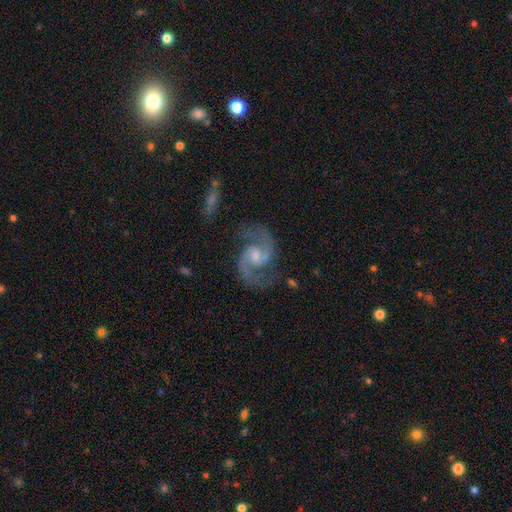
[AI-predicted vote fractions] Smooth or featured: featured or disk — 93% (star or artifact — 4%)
Edge-on disk: no — 98% (yes — 2%)
Bar: weak — 51% (no — 40%)
Spiral arms: yes — 98% (no — 2%)
Spiral winding: medium — 63% (loose — 25%)
Spiral arm count: 2 — 94% (can't tell — 1%)
Bulge size: small — 44% (moderate — 41%)
Merging: none — 79% (minor disturbance — 14%)